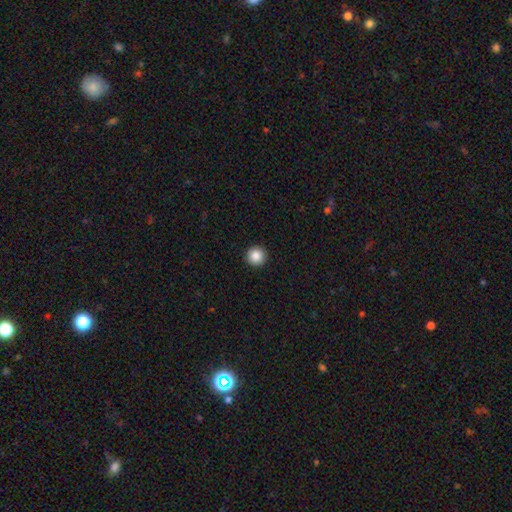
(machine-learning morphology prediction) type=smooth (87%); roundness=round (96%); merging=none (94%).